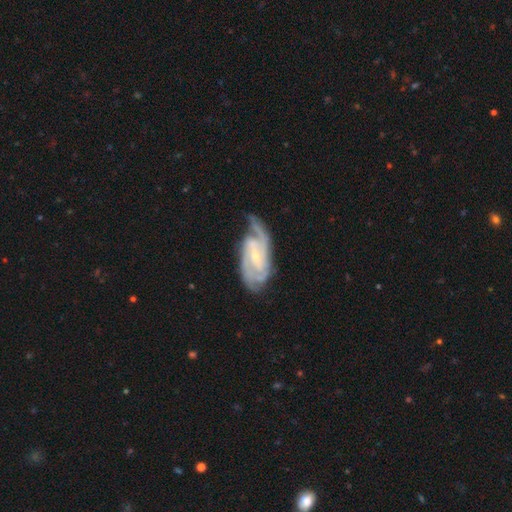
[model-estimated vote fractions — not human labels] smooth_or_featured: featured or disk (p=0.89) [alt: smooth p=0.07]
disk_edge_on: no (p=0.95) [alt: yes p=0.05]
bar: weak (p=0.47) [alt: no p=0.32]
has_spiral_arms: yes (p=0.97) [alt: no p=0.03]
spiral_winding: tight (p=0.47) [alt: medium p=0.42]
spiral_arm_count: 2 (p=0.55) [alt: 3 p=0.18]
bulge_size: small (p=0.70) [alt: moderate p=0.25]
merging: none (p=0.63) [alt: minor disturbance p=0.23]